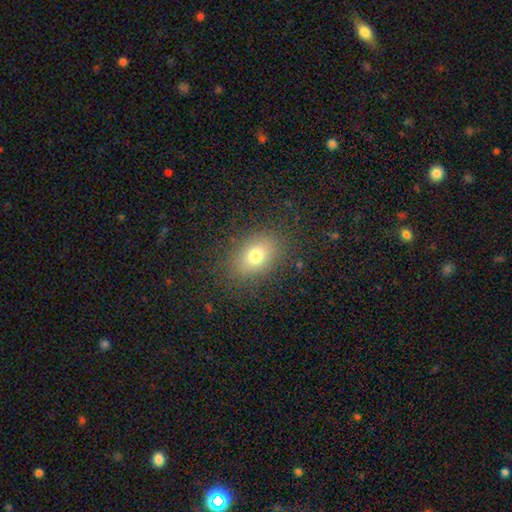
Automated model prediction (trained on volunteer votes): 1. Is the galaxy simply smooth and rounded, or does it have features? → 76% smooth, 12% featured or disk, 12% star or artifact.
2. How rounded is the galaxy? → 80% in between, 18% round, 2% cigar-shaped.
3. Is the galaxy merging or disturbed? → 84% none, 10% minor disturbance, 4% major disturbance, 1% merger.